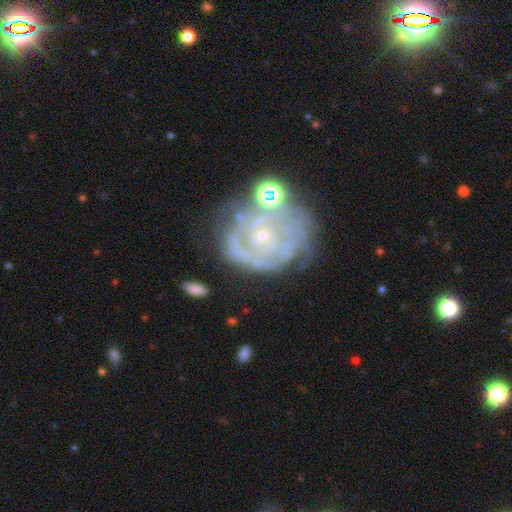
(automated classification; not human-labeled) The model was most divided on "spiral arm count": can't tell: 46%, 2: 17%, 3: 15%, 4: 9%, more than 4: 7%, 1: 6%. More confident: edge-on disk — no (97%); spiral arms — yes (84%); bulge size — small (81%); smooth or featured — featured or disk (81%); bar — no (80%); spiral winding — tight (76%); merging — none (54%).